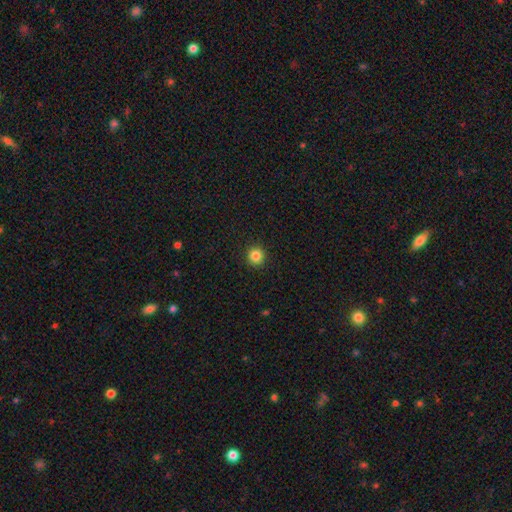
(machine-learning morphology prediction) smooth 85%, star or artifact 11%, featured or disk 4%. Down the decision tree: how rounded — round (94%); merging — none (93%).